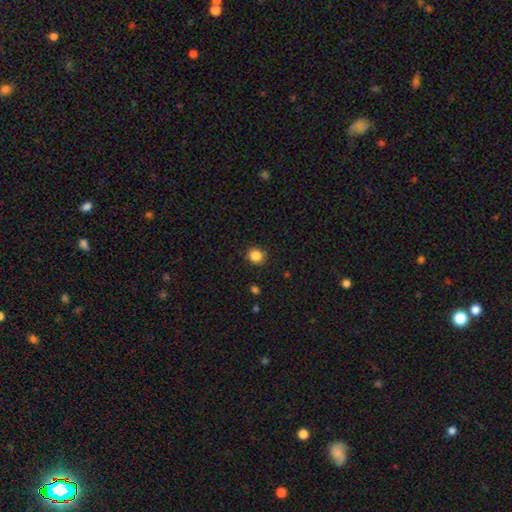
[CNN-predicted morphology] A smooth galaxy with no disk features (86%) that is round (84%). Merging: none (88%).